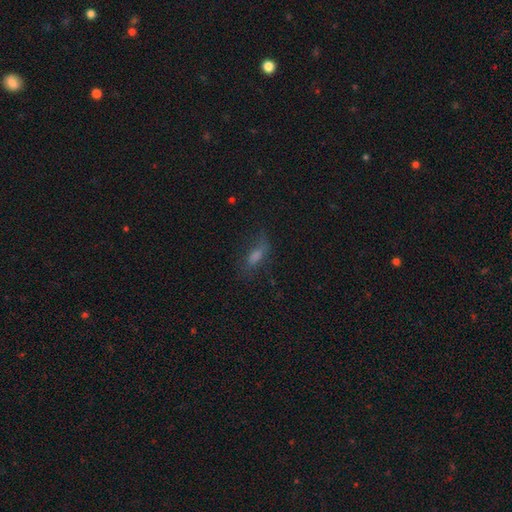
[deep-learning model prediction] A smooth galaxy with no disk features (52%) that is in between round and cigar-shaped (61%).

Vote fractions:
- Smooth or featured? smooth: 52% / featured or disk: 28% / star or artifact: 20%
- How rounded? in between: 61% / cigar-shaped: 34% / round: 6%
- Merging? none: 61% / minor disturbance: 22% / major disturbance: 15% / merger: 2%